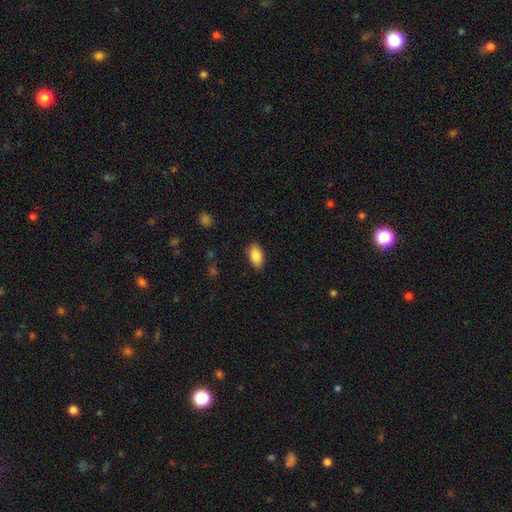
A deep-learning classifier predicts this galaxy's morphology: The model was most divided on "merging": none: 85%, minor disturbance: 11%, major disturbance: 3%, merger: 1%. More confident: how rounded — in between (93%); smooth or featured — smooth (88%).